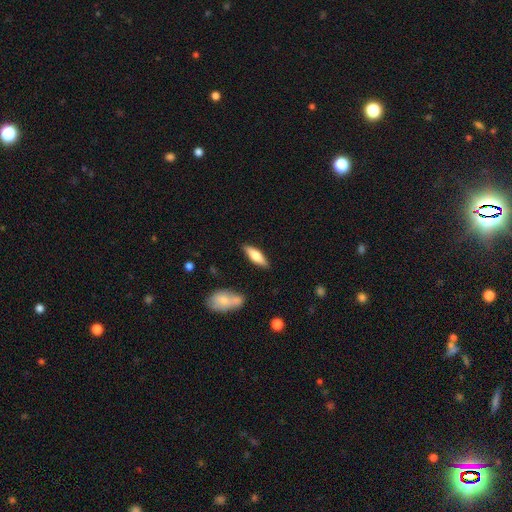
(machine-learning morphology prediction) Smooth or featured?
  - smooth: 64% *
  - featured or disk: 30%
  - star or artifact: 6%
How rounded?
  - cigar-shaped: 50% *
  - in between: 48%
  - round: 2%
Merging?
  - none: 86% *
  - minor disturbance: 10%
  - merger: 3%
  - major disturbance: 2%